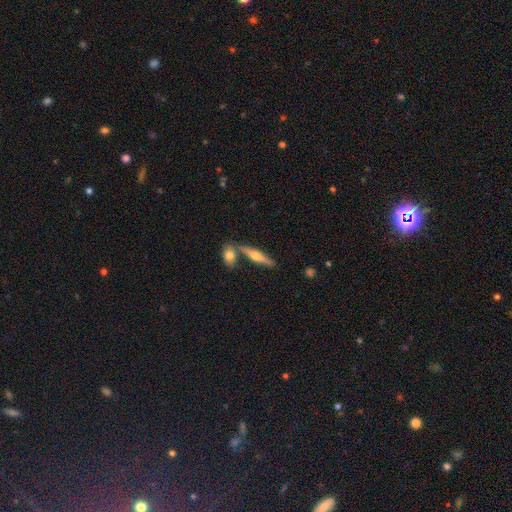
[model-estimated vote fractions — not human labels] smooth_or_featured: featured or disk (p=0.59) [alt: smooth p=0.35]
disk_edge_on: yes (p=0.95) [alt: no p=0.05]
edge_on_bulge: rounded (p=0.92) [alt: boxy p=0.04]
merging: none (p=0.70) [alt: merger p=0.19]